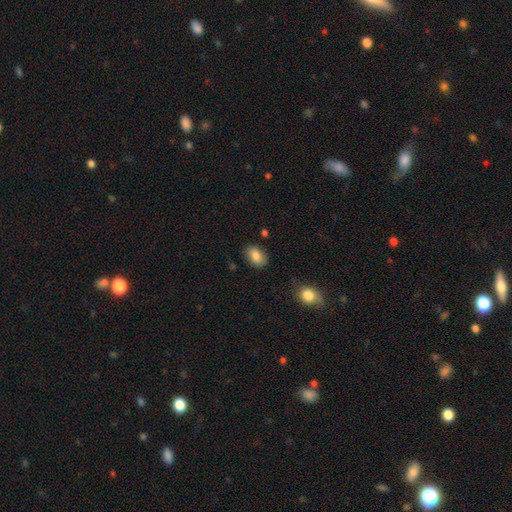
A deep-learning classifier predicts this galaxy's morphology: Smooth or featured?
  - smooth: 85% *
  - star or artifact: 8%
  - featured or disk: 7%
How rounded?
  - in between: 83% *
  - round: 16%
  - cigar-shaped: 1%
Merging?
  - none: 83% *
  - minor disturbance: 12%
  - major disturbance: 3%
  - merger: 2%